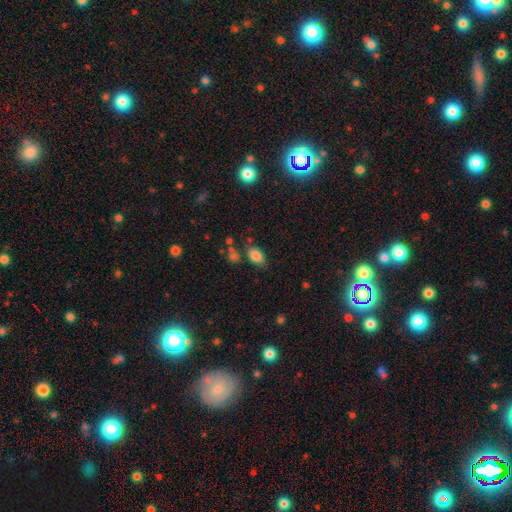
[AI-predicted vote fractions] Smooth or featured?
  - smooth: 84% *
  - star or artifact: 10%
  - featured or disk: 6%
How rounded?
  - in between: 86% *
  - round: 13%
  - cigar-shaped: 2%
Merging?
  - none: 72% *
  - minor disturbance: 17%
  - merger: 6%
  - major disturbance: 5%